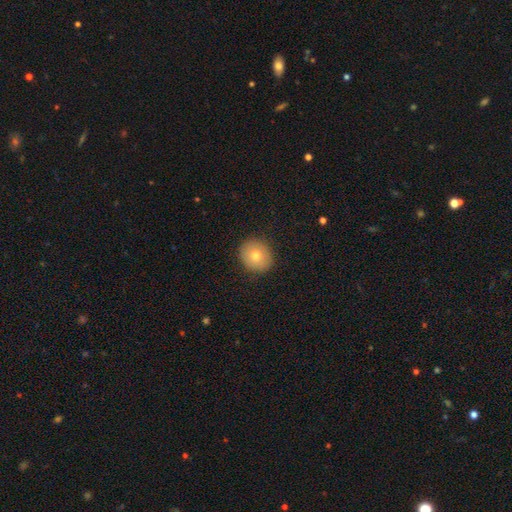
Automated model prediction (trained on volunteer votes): Overall: smooth (74%). How rounded: round (83%). Merging: none (88%).